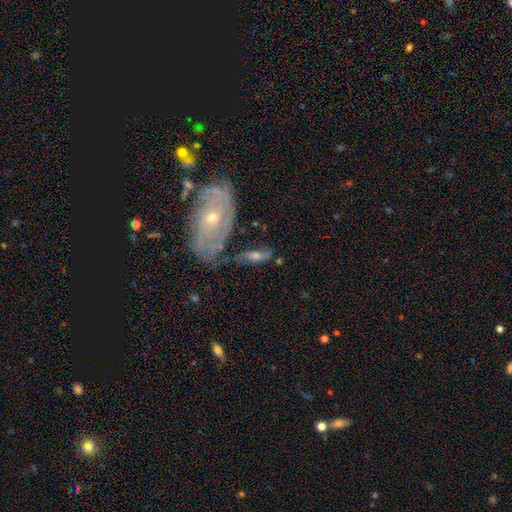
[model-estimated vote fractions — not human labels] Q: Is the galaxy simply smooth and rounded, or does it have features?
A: featured or disk — 62%.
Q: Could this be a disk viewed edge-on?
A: no — 71%.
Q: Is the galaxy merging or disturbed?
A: none — 56%.